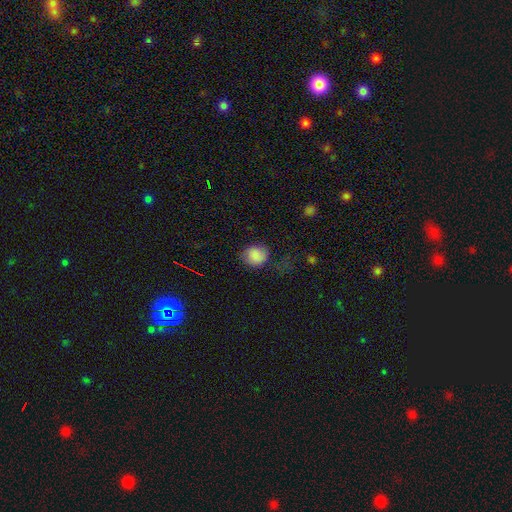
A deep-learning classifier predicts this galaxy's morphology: Smooth or featured? smooth (85%)
How rounded? round (79%)
Merging? none (71%)